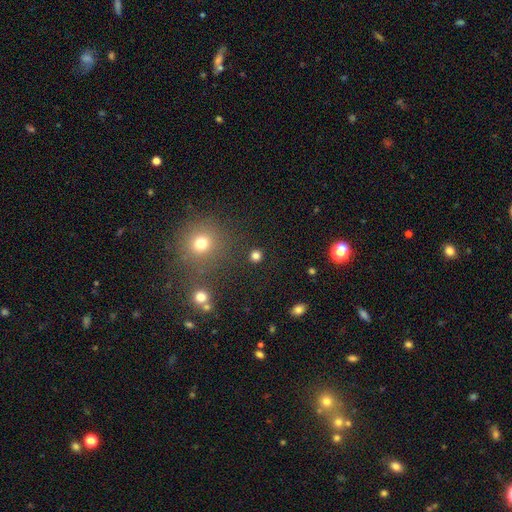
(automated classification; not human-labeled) smooth 78%, star or artifact 17%, featured or disk 4%. Down the decision tree: how rounded — round (91%); merging — none (89%).